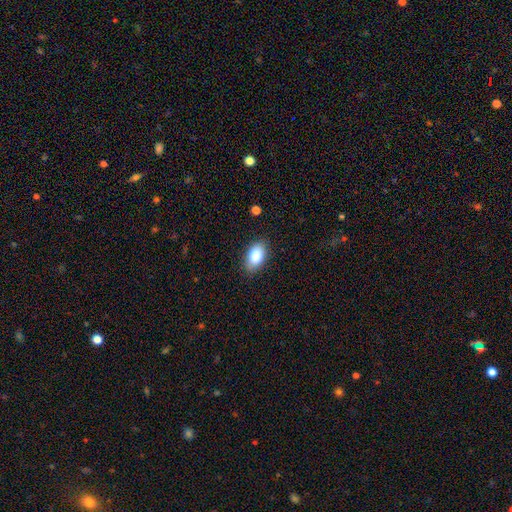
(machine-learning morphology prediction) The model was most divided on "merging": none: 85%, minor disturbance: 11%, major disturbance: 3%, merger: 1%. More confident: how rounded — in between (92%); smooth or featured — smooth (85%).